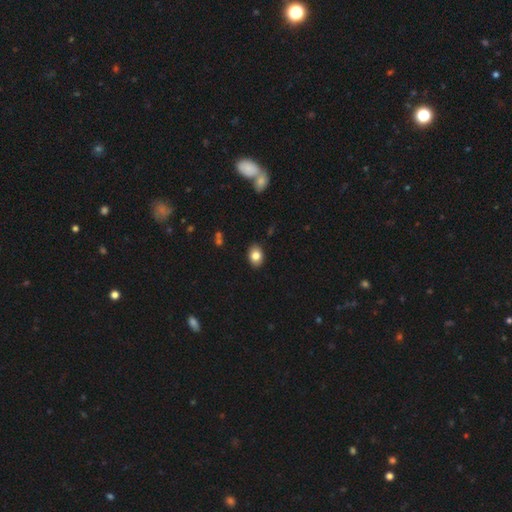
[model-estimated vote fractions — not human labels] The model was most divided on "how rounded": in between: 78%, round: 20%, cigar-shaped: 1%. More confident: merging — none (88%); smooth or featured — smooth (83%).